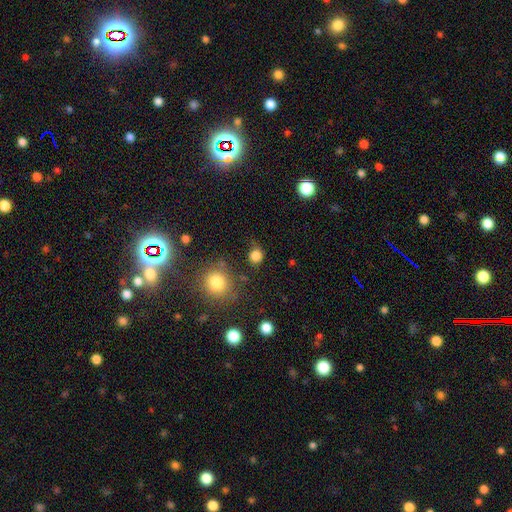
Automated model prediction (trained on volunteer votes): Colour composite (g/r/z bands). It shows a smooth galaxy with no disk features (82%) that is round (80%). Merging: none (72%).